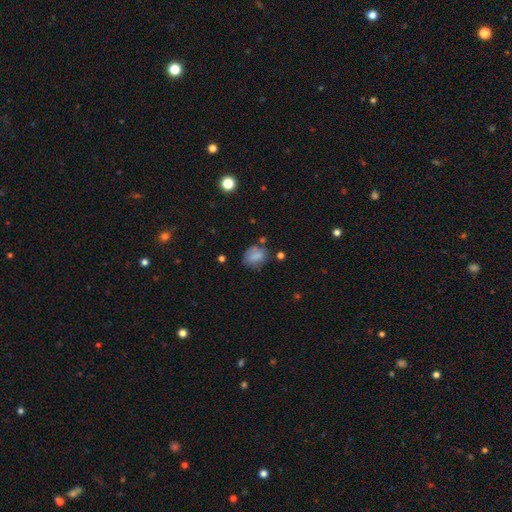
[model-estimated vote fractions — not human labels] smooth 80%, star or artifact 10%, featured or disk 10%. Down the decision tree: how rounded — in between (56%); merging — none (63%).